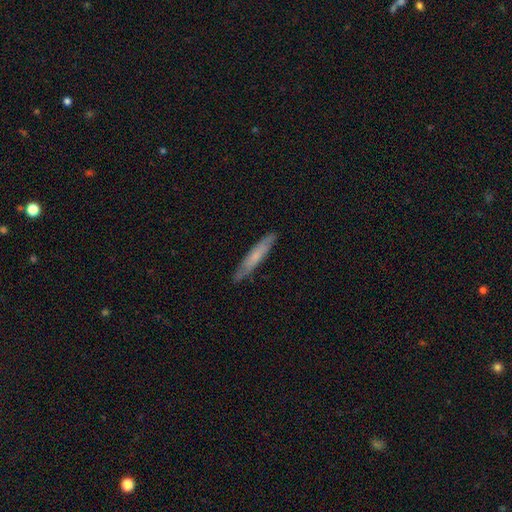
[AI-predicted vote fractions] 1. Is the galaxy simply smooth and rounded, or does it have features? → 56% smooth, 38% featured or disk, 6% star or artifact.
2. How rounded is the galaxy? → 93% cigar-shaped, 6% in between, 1% round.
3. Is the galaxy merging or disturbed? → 85% none, 12% minor disturbance, 2% major disturbance, 1% merger.